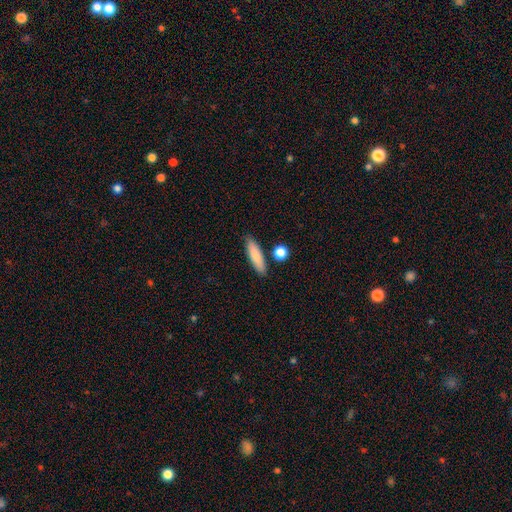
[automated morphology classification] Smooth or featured?
  - smooth: 84% *
  - featured or disk: 10%
  - star or artifact: 6%
How rounded?
  - cigar-shaped: 66% *
  - in between: 31%
  - round: 3%
Merging?
  - none: 83% *
  - minor disturbance: 9%
  - merger: 5%
  - major disturbance: 2%